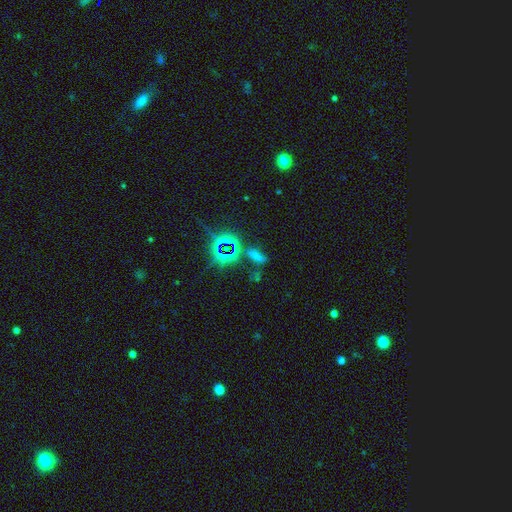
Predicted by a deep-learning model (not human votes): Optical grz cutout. It shows a star or artifact, not a galaxy (46%).